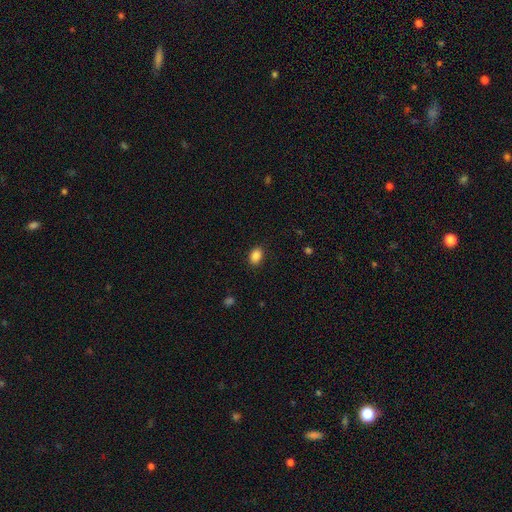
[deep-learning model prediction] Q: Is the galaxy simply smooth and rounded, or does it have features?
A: smooth — 87%.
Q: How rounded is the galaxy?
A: in between — 78%.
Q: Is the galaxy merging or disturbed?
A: none — 88%.